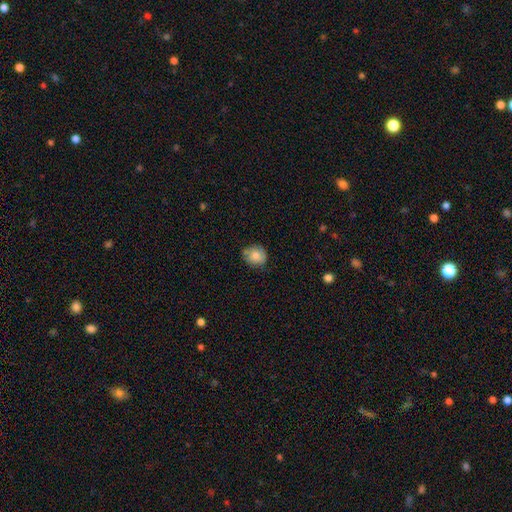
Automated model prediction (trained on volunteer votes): Morphology: type=smooth (78%); roundness=round (70%); merging=none (64%).